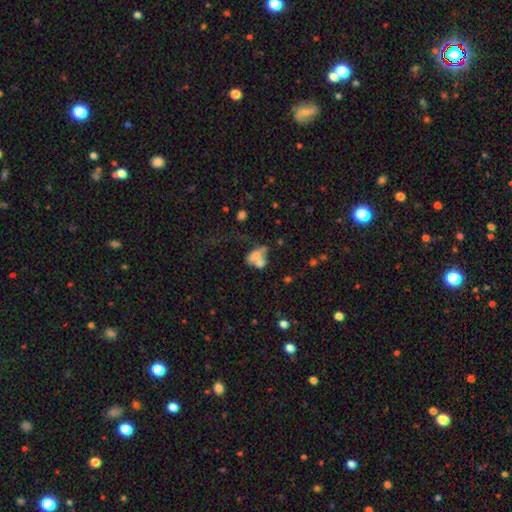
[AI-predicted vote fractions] A smooth galaxy with no disk features (58%) that is in between round and cigar-shaped (71%). Merging: merger (59%).